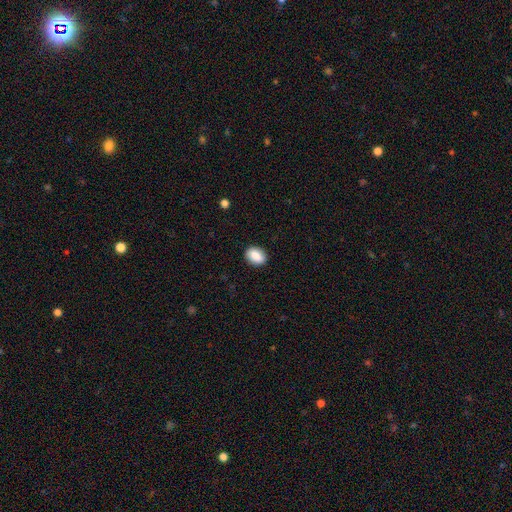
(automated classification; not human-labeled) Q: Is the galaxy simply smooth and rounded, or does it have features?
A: smooth — 87%.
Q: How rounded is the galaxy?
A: in between — 70%.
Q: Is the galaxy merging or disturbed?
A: none — 89%.